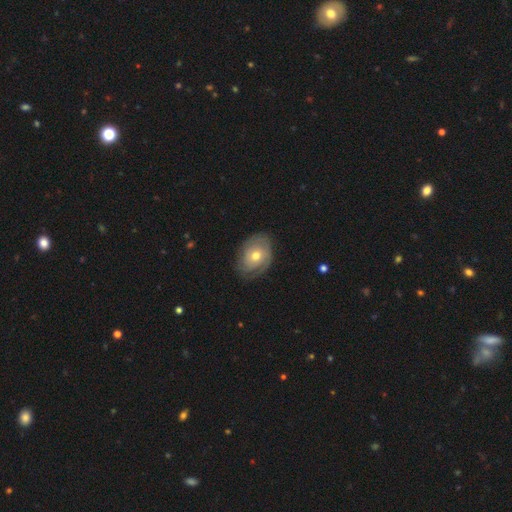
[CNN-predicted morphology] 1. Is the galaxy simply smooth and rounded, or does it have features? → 57% featured or disk, 36% smooth, 7% star or artifact.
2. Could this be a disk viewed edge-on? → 95% no, 5% yes.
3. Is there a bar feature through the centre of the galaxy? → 83% no, 14% weak, 3% strong.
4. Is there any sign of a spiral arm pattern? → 74% yes, 26% no.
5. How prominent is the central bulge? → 69% moderate, 26% small, 4% large, 1% none, 1% dominant.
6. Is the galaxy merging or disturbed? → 70% none, 22% minor disturbance, 7% major disturbance, 1% merger.